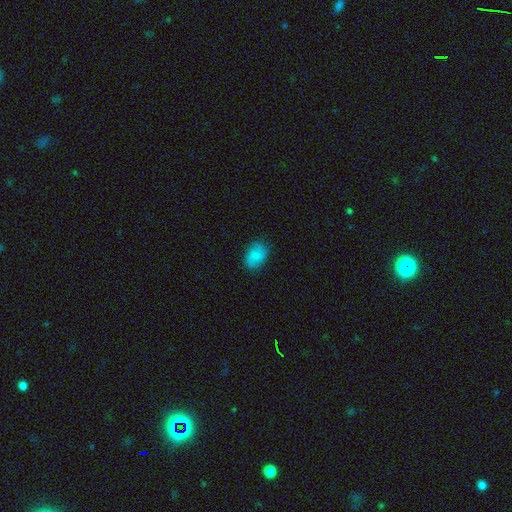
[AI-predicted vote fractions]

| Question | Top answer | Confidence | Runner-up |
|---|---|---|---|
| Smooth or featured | smooth | 79% | featured or disk (13%) |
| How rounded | in between | 80% | round (19%) |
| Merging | none | 77% | minor disturbance (18%) |